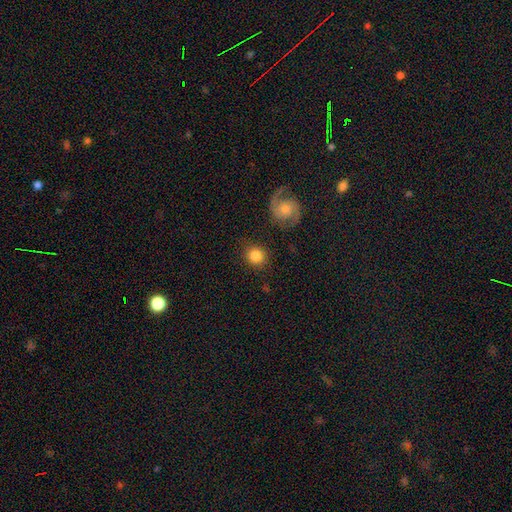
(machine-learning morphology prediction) smooth_or_featured: smooth (p=0.82) [alt: featured or disk p=0.10]
how_rounded: round (p=0.89) [alt: in between p=0.10]
merging: none (p=0.85) [alt: minor disturbance p=0.08]